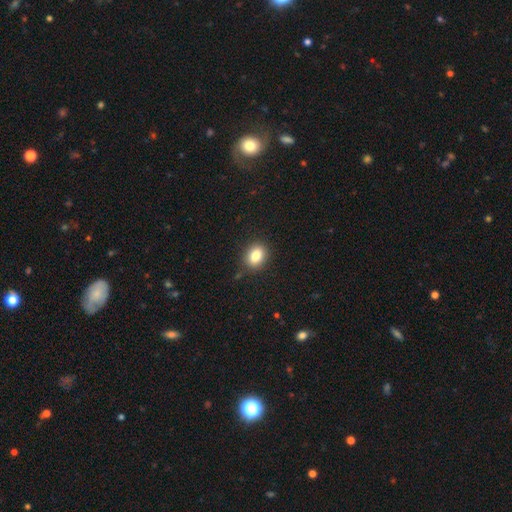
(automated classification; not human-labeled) A smooth galaxy with no disk features (84%) that is in between round and cigar-shaped (60%). Merging: none (87%).